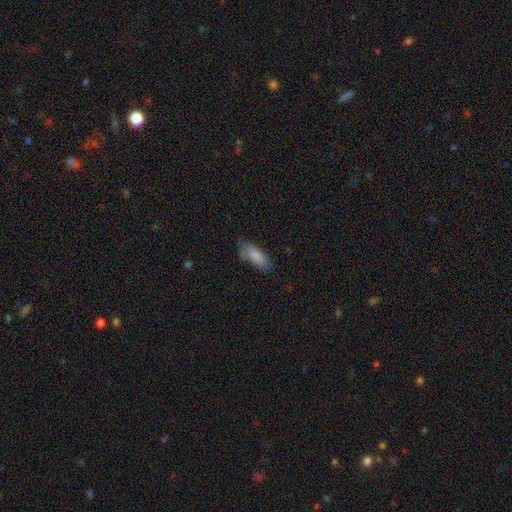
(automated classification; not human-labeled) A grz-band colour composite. It shows a smooth galaxy with no disk features (85%) that is in between round and cigar-shaped (77%). Merging: none (63%).